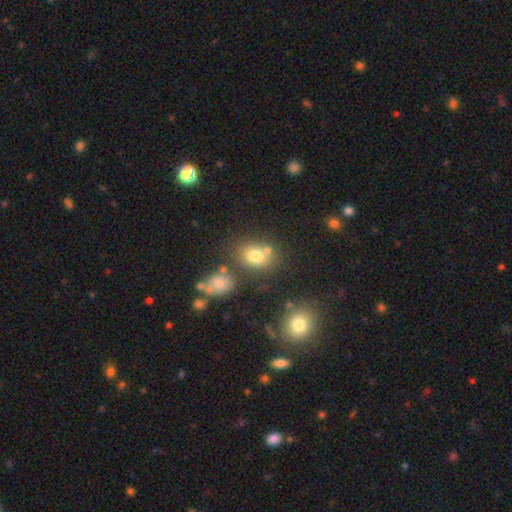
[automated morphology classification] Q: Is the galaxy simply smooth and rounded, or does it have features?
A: smooth — 73%.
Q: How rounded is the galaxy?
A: in between — 50%.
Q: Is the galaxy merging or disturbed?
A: none — 61%.